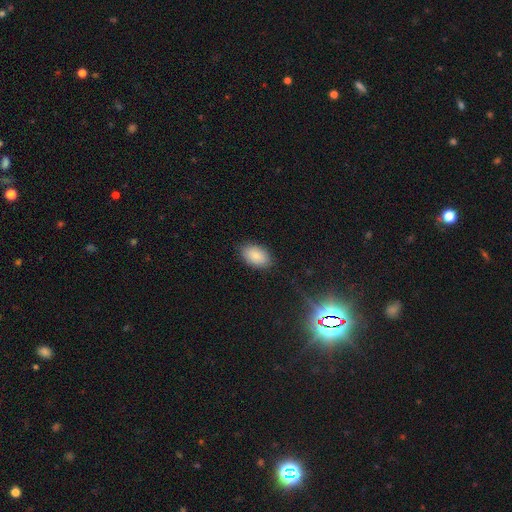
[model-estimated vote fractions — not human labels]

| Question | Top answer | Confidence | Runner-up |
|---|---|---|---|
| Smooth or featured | smooth | 86% | star or artifact (8%) |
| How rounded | in between | 92% | round (7%) |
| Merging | none | 87% | minor disturbance (10%) |